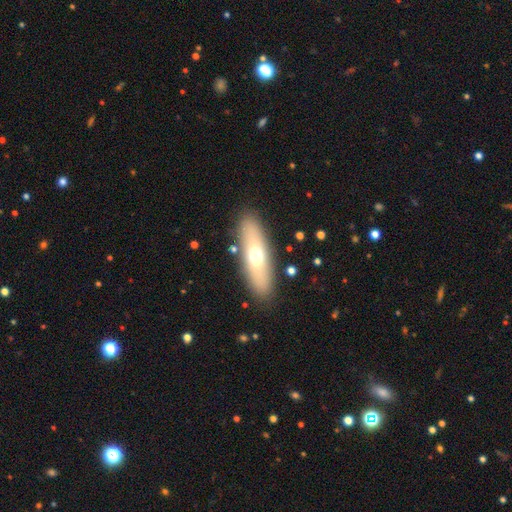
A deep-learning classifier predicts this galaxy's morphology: Overall: smooth (61%; featured or disk 31%). How rounded: in between (56%; cigar-shaped 41%). Merging: none (86%).